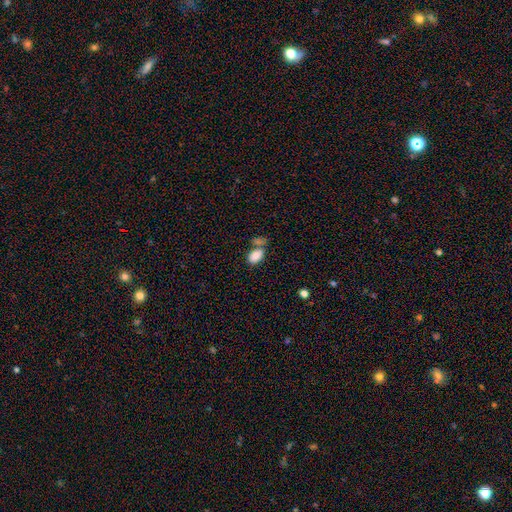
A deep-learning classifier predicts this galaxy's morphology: A smooth galaxy with no disk features (86%) that is in between round and cigar-shaped (92%). Merging: none (45%).